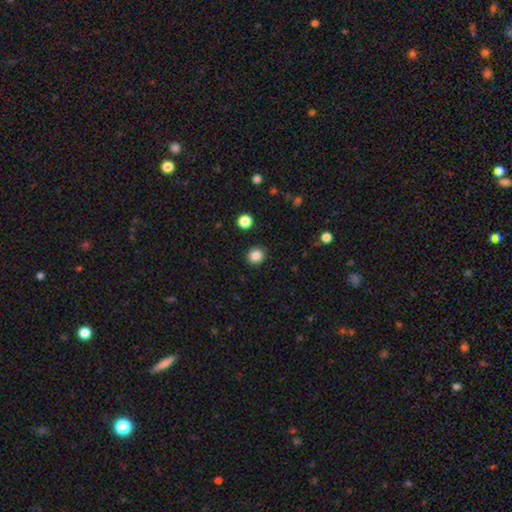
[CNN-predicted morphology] A smooth galaxy with no disk features (85%) that is round (90%). Merging: none (92%).